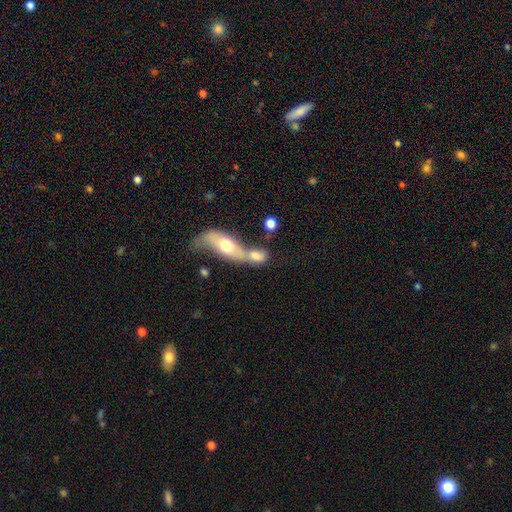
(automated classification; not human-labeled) Morphology: type=smooth (68%); roundness=in between (75%); merging=merger (64%).